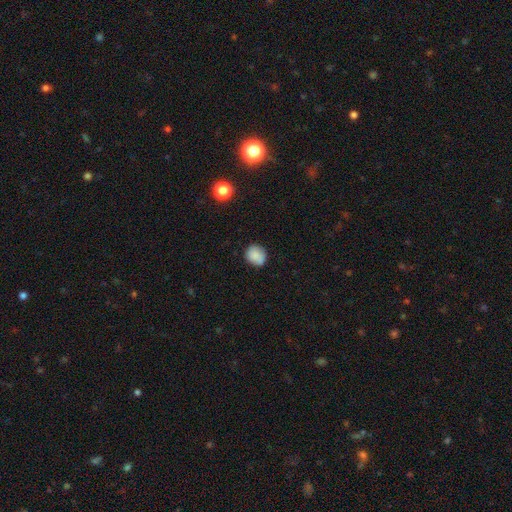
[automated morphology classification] smooth 84%, star or artifact 9%, featured or disk 7%. Down the decision tree: how rounded — round (77%); merging — none (76%).